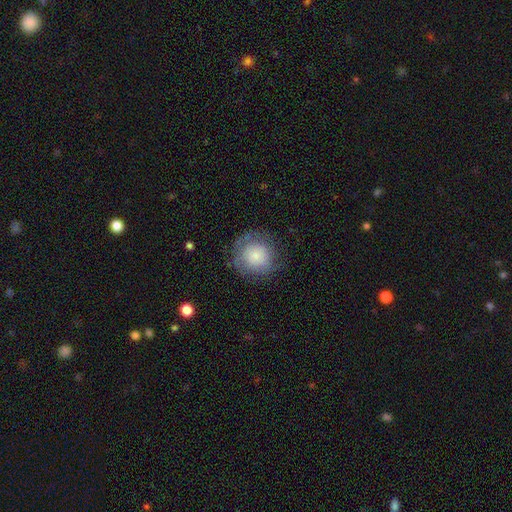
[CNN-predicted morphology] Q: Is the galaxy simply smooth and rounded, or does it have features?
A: smooth — 74%.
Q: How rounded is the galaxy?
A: round — 91%.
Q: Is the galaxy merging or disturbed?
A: none — 68%.